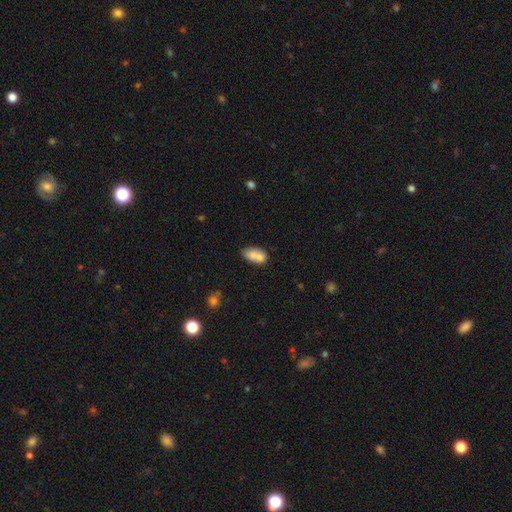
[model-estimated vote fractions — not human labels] smooth 75%, featured or disk 17%, star or artifact 8%. Down the decision tree: how rounded — in between (88%); merging — merger (40%).